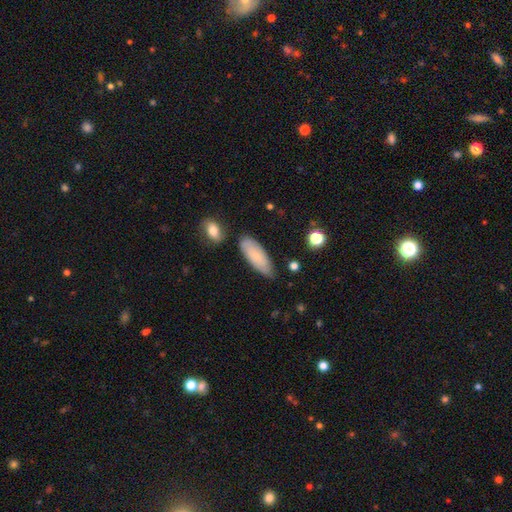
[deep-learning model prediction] A smooth galaxy with no disk features (75%) that is in between round and cigar-shaped (74%).

Vote fractions:
- Smooth or featured? smooth: 75% / featured or disk: 18% / star or artifact: 7%
- How rounded? in between: 74% / cigar-shaped: 24% / round: 2%
- Merging? none: 70% / minor disturbance: 22% / merger: 4% / major disturbance: 4%